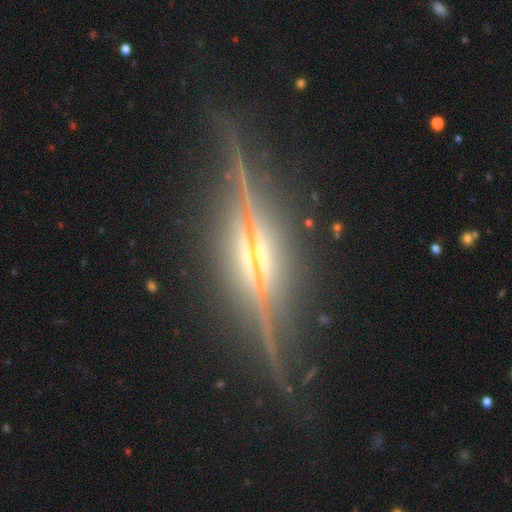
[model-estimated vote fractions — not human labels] Smooth or featured: featured or disk — 90% (star or artifact — 6%)
Edge-on disk: yes — 95% (no — 5%)
Edge-on bulge: rounded — 78% (boxy — 16%)
Merging: none — 84% (minor disturbance — 11%)